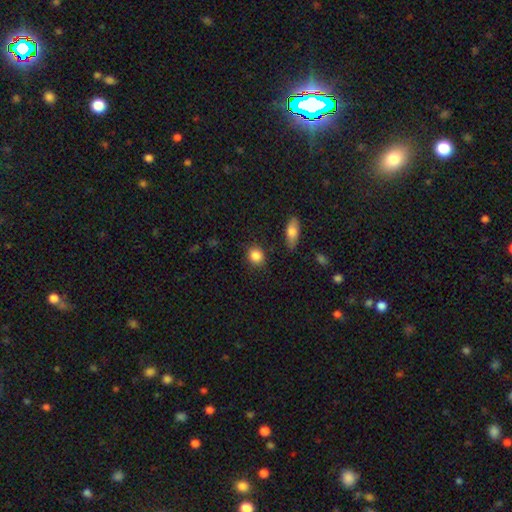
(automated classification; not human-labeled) Overall: smooth (87%). How rounded: round (72%). Merging: none (85%).